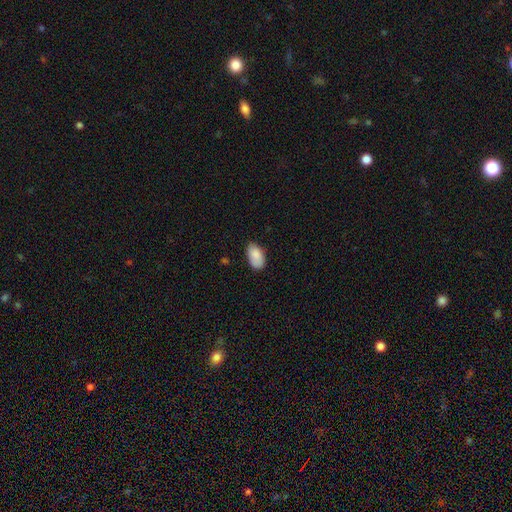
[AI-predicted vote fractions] Overall: smooth (87%). How rounded: in between (94%). Merging: none (72%).